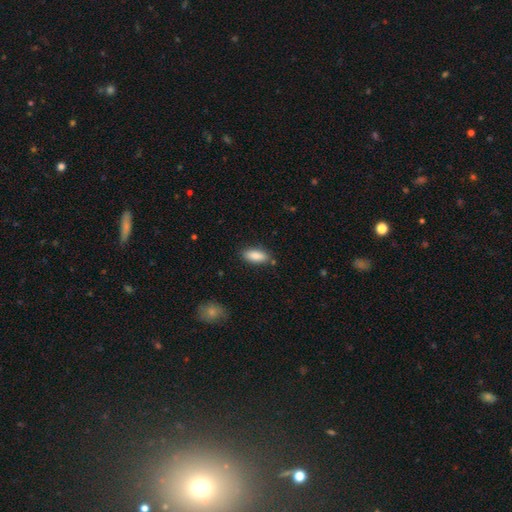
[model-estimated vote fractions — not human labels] A smooth galaxy with no disk features (88%) that is in between round and cigar-shaped (84%). Merging: none (83%).